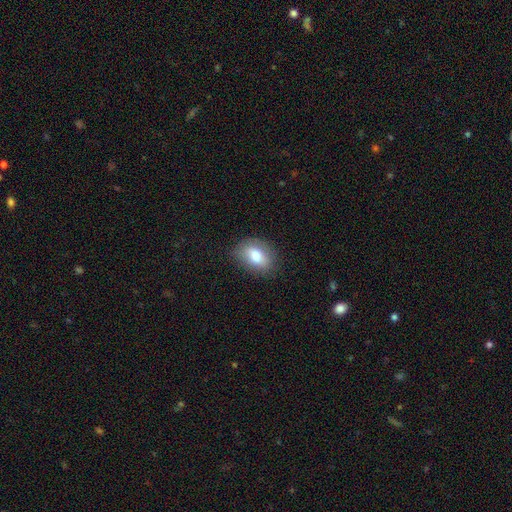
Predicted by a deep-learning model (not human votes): A smooth galaxy with no disk features (77%) that is in between round and cigar-shaped (82%).

Vote fractions:
- Smooth or featured? smooth: 77% / featured or disk: 15% / star or artifact: 8%
- How rounded? in between: 82% / round: 16% / cigar-shaped: 2%
- Merging? none: 81% / minor disturbance: 14% / major disturbance: 4% / merger: 1%